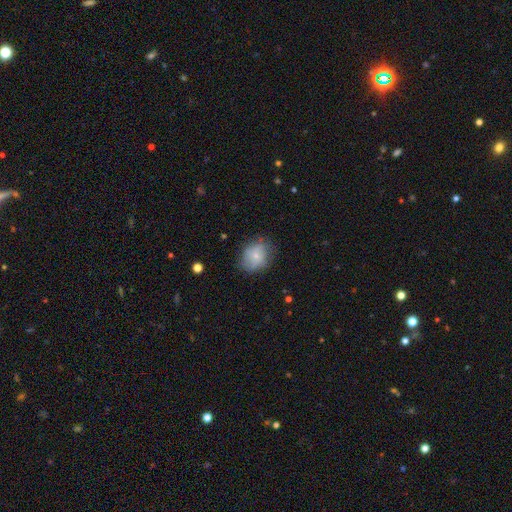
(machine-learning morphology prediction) Smooth or featured: smooth — 67% (featured or disk — 25%)
How rounded: round — 62% (in between — 37%)
Merging: none — 67% (minor disturbance — 23%)